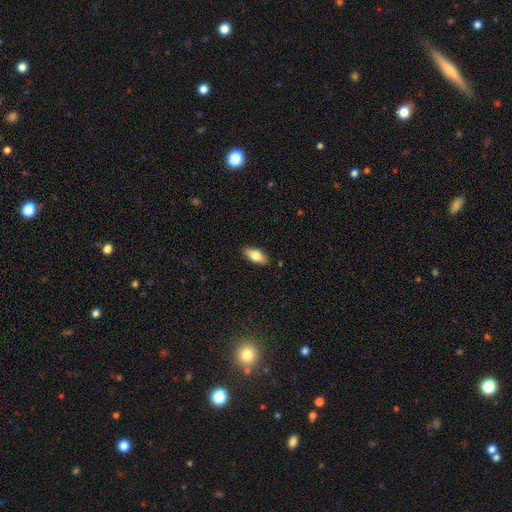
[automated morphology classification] Overall: smooth (72%). How rounded: in between (80%). Merging: none (87%).